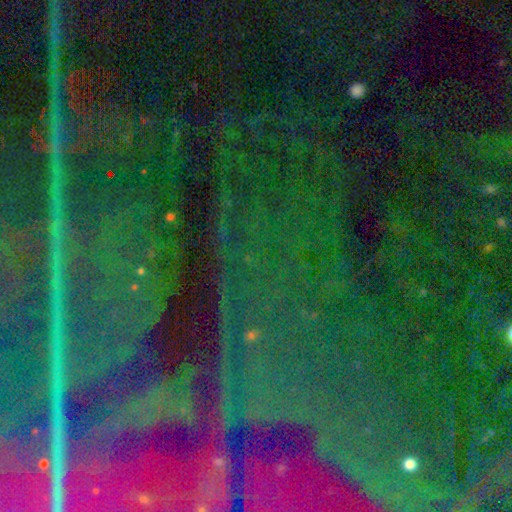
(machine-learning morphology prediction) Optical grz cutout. It shows a star or artifact, not a galaxy (83%).